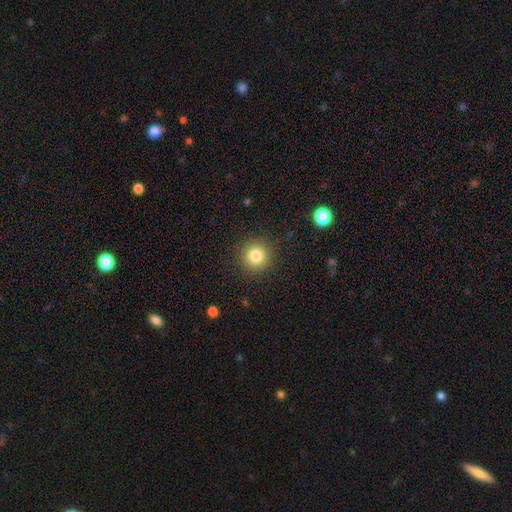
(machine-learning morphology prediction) Smooth or featured? smooth (83%)
How rounded? round (94%)
Merging? none (90%)